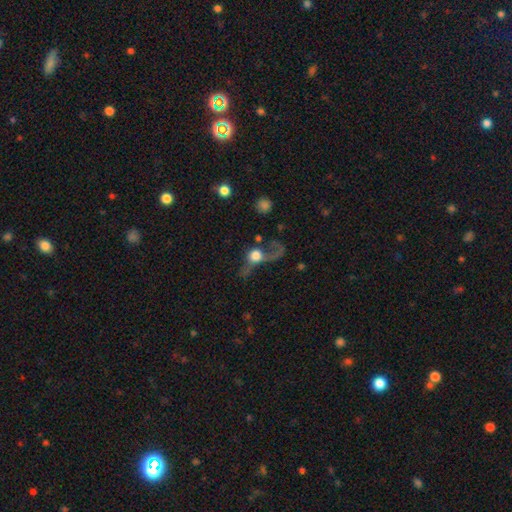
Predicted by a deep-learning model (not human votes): smooth-or-featured: smooth: 53% | featured or disk: 35% | star or artifact: 13%
  how-rounded: round: 72% | in between: 23% | cigar-shaped: 5%
  merging: major disturbance: 55% | none: 21% | merger: 13% | minor disturbance: 11%